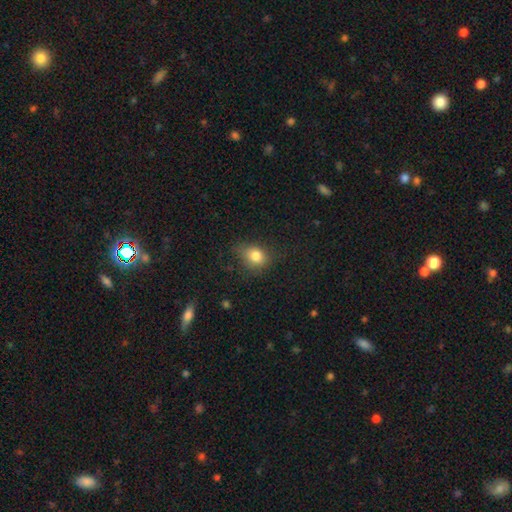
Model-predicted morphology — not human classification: The model was most divided on "how rounded": round: 54%, in between: 45%, cigar-shaped: 1%. More confident: smooth or featured — smooth (80%); merging — none (63%).